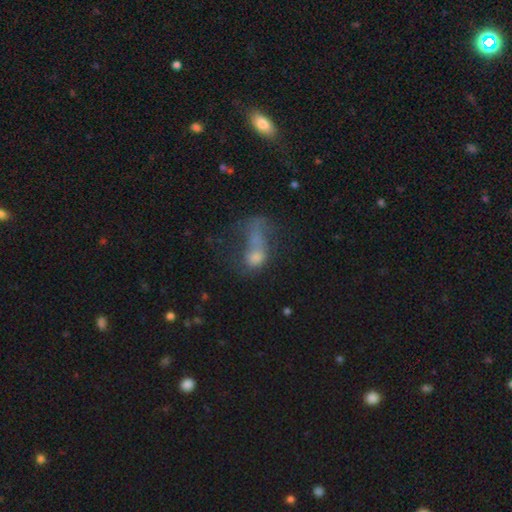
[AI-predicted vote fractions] A smooth galaxy with no disk features (49%).

Vote fractions:
- Smooth or featured? smooth: 49% / featured or disk: 32% / star or artifact: 19%
- Merging? major disturbance: 42% / merger: 28% / none: 18% / minor disturbance: 12%